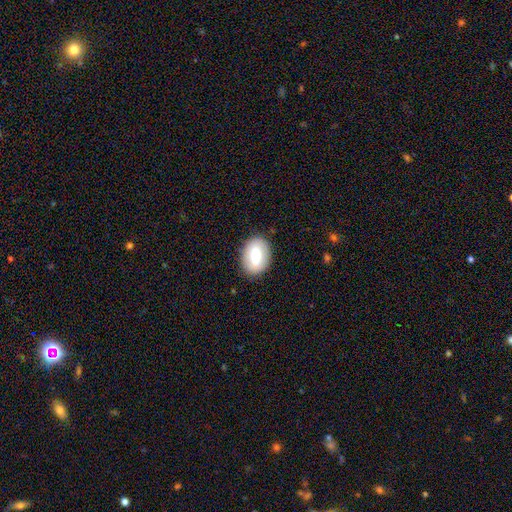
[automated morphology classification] A smooth galaxy with no disk features (66%) that is in between round and cigar-shaped (82%). Merging: none (86%).